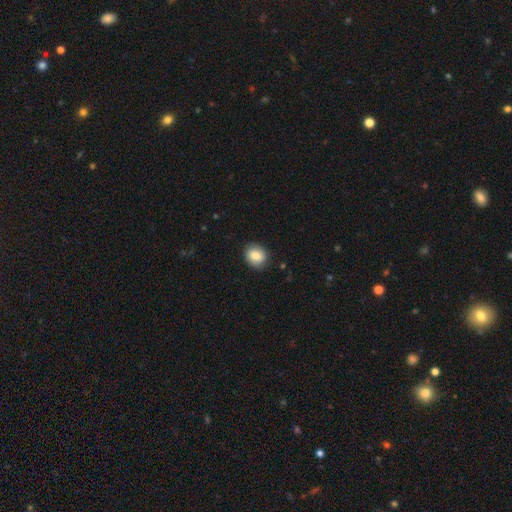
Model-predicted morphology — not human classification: smooth_or_featured: smooth (p=0.82) [alt: featured or disk p=0.10]
how_rounded: round (p=0.68) [alt: in between p=0.31]
merging: none (p=0.84) [alt: minor disturbance p=0.12]